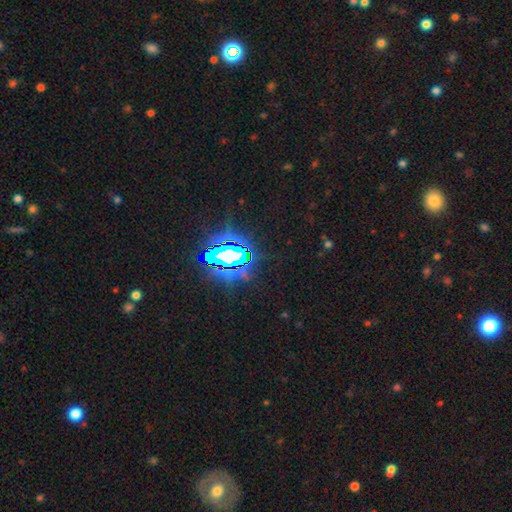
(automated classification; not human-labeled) smooth_or_featured: star or artifact (p=0.81) [alt: smooth p=0.11]